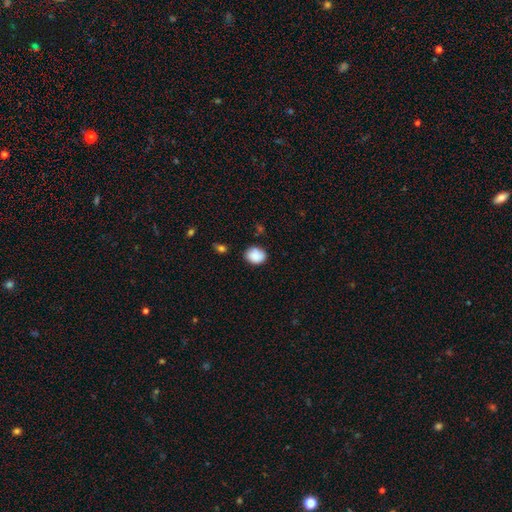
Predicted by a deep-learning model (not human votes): A smooth galaxy with no disk features (86%) that is round (54%). Merging: none (74%).